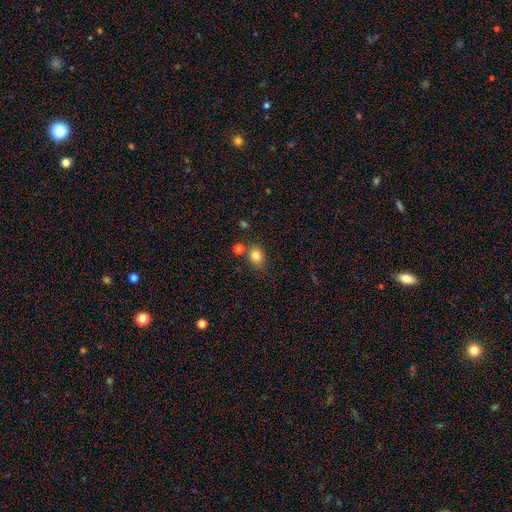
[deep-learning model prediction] A smooth galaxy with no disk features (82%) that is round (64%).

Vote fractions:
- Smooth or featured? smooth: 82% / star or artifact: 11% / featured or disk: 6%
- How rounded? round: 64% / in between: 35% / cigar-shaped: 1%
- Merging? none: 69% / minor disturbance: 15% / merger: 12% / major disturbance: 4%